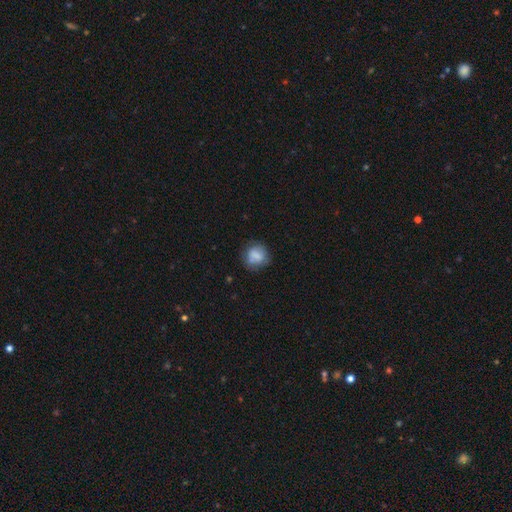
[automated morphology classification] Smooth or featured? smooth (76%)
How rounded? round (73%)
Merging? none (67%)